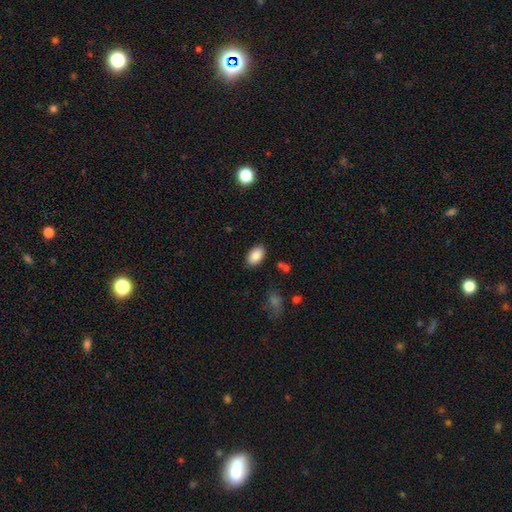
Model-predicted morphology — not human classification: Smooth or featured: smooth — 88% (star or artifact — 7%)
How rounded: in between — 92% (round — 6%)
Merging: none — 86% (minor disturbance — 10%)